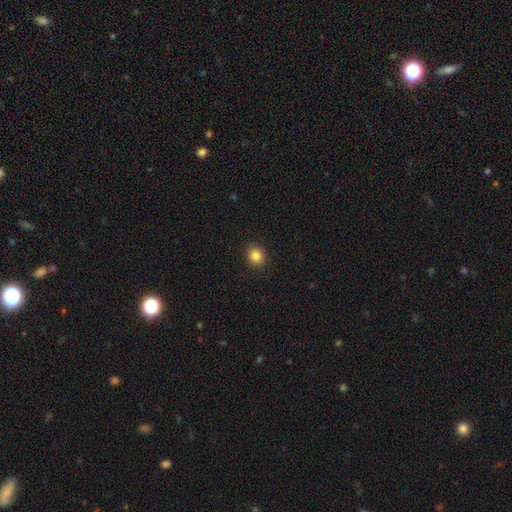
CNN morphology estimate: Smooth or featured?
  - smooth: 84% *
  - star or artifact: 11%
  - featured or disk: 5%
How rounded?
  - round: 77% *
  - in between: 22%
  - cigar-shaped: 1%
Merging?
  - none: 91% *
  - minor disturbance: 6%
  - major disturbance: 2%
  - merger: 1%